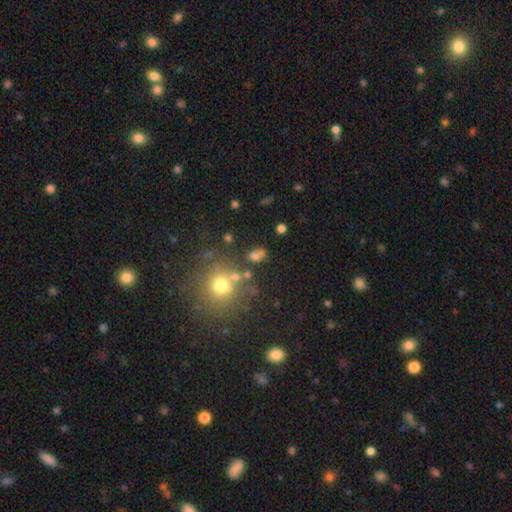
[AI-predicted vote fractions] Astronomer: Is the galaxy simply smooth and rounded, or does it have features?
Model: smooth — 67%.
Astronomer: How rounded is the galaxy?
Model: in between — 60% (runner-up: round, 37%).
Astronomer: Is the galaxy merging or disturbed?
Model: none — 59%.